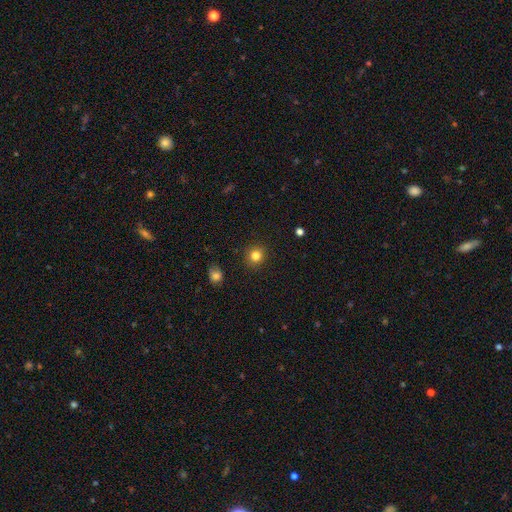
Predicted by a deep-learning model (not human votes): Overall: smooth (83%). How rounded: round (88%). Merging: none (90%).